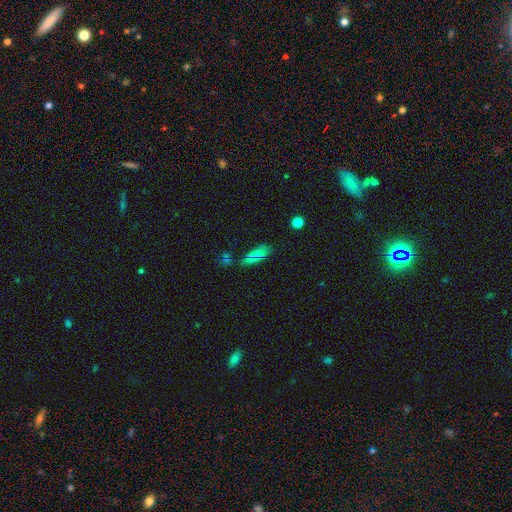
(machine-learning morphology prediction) A smooth galaxy with no disk features (66%) that is in between round and cigar-shaped (71%).

Vote fractions:
- Smooth or featured? smooth: 66% / star or artifact: 20% / featured or disk: 14%
- How rounded? in between: 71% / cigar-shaped: 25% / round: 5%
- Merging? none: 74% / minor disturbance: 16% / major disturbance: 5% / merger: 5%